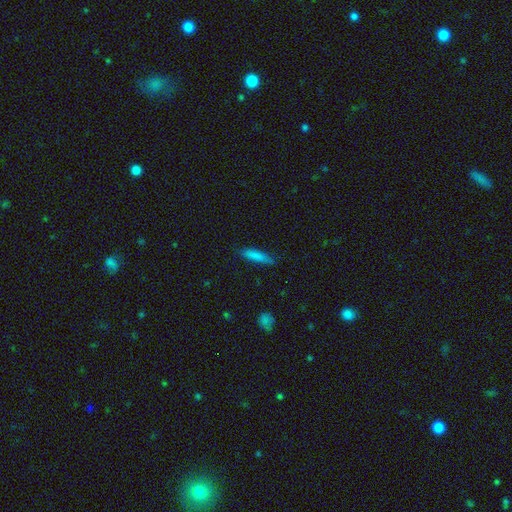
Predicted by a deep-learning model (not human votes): The model was most divided on "how rounded": cigar-shaped: 79%, in between: 20%, round: 2%. More confident: smooth or featured — smooth (81%); merging — none (80%).